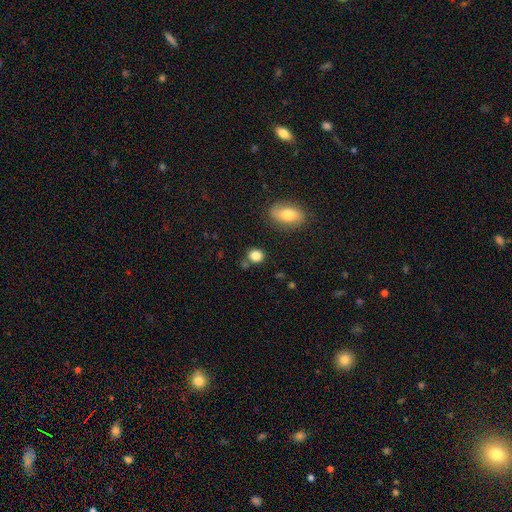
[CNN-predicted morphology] This appears to be a smooth galaxy with no disk features (84%) that is round (75%). Merging: none (76%).